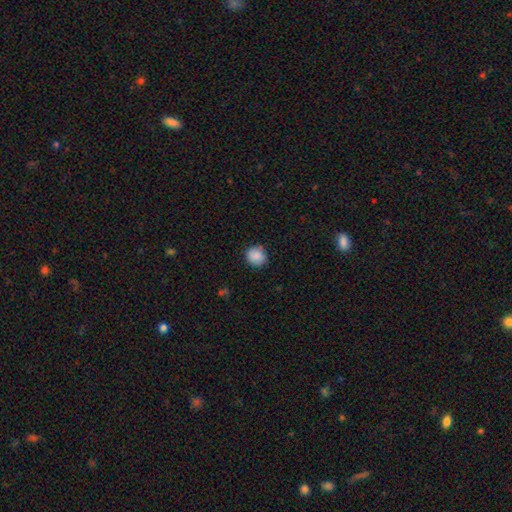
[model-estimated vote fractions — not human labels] smooth 87%, star or artifact 8%, featured or disk 4%. Down the decision tree: how rounded — round (85%); merging — none (82%).